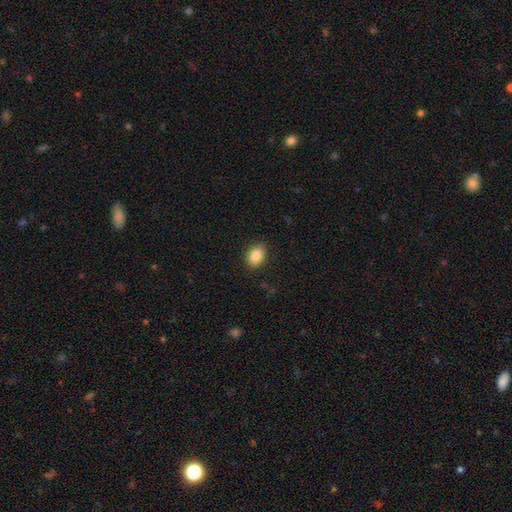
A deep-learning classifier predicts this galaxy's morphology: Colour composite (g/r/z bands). It shows a smooth galaxy with no disk features (87%) that is in between round and cigar-shaped (70%). Merging: none (86%).